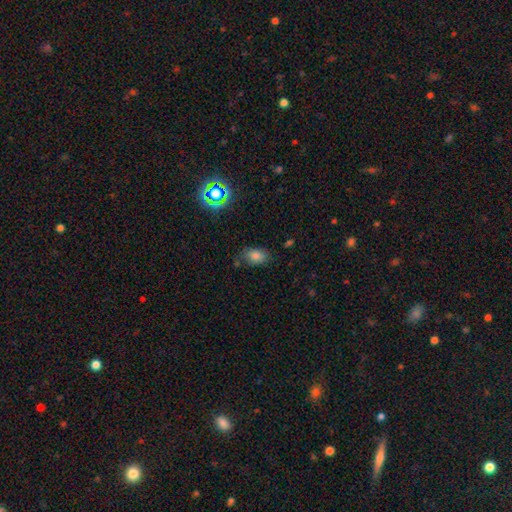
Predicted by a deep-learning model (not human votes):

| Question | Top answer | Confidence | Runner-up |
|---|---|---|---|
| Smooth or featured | smooth | 78% | star or artifact (14%) |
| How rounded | in between | 84% | round (14%) |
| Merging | none | 73% | minor disturbance (19%) |